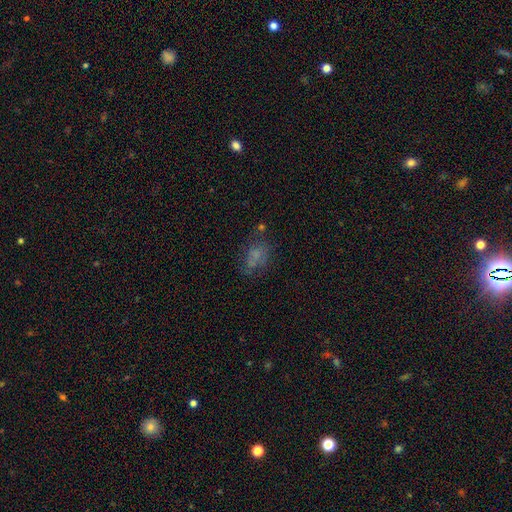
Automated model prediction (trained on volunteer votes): smooth_or_featured: smooth (p=0.58) [alt: featured or disk p=0.24]
how_rounded: in between (p=0.74) [alt: round p=0.23]
merging: none (p=0.50) [alt: minor disturbance p=0.23]